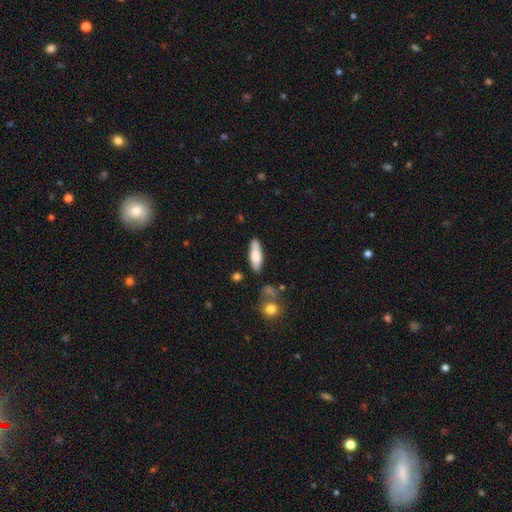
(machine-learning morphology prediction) Smooth or featured? Predicted: smooth (p=0.75). How rounded? Predicted: in between (p=0.56). Merging? Predicted: none (p=0.78).